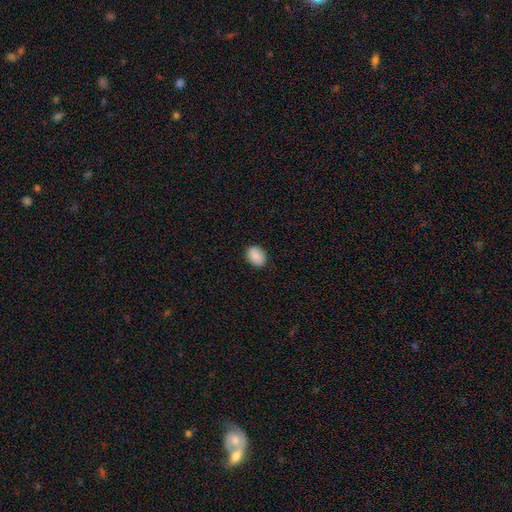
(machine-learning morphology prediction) Smooth or featured? smooth (89%)
How rounded? in between (69%)
Merging? none (88%)